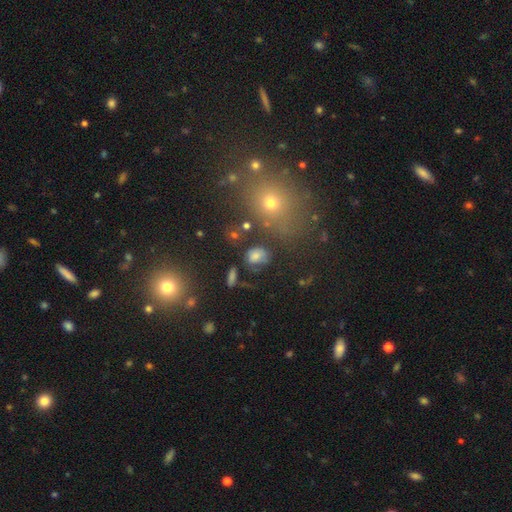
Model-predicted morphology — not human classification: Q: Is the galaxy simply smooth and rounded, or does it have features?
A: smooth — 65%.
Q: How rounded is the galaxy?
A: in between — 51%.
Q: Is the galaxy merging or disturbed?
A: none — 72%.